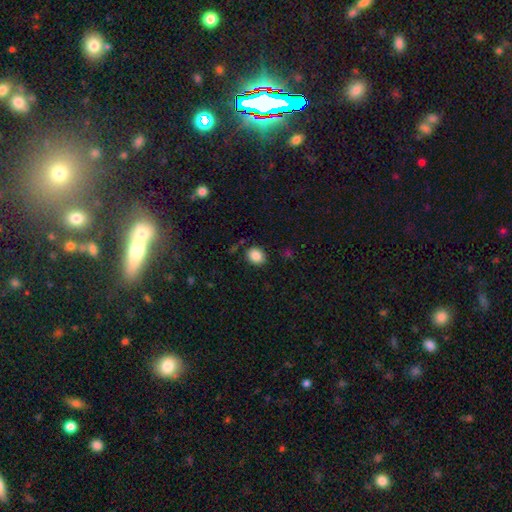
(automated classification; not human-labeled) Overall: smooth (86%). How rounded: round (56%; in between 43%). Merging: none (85%).